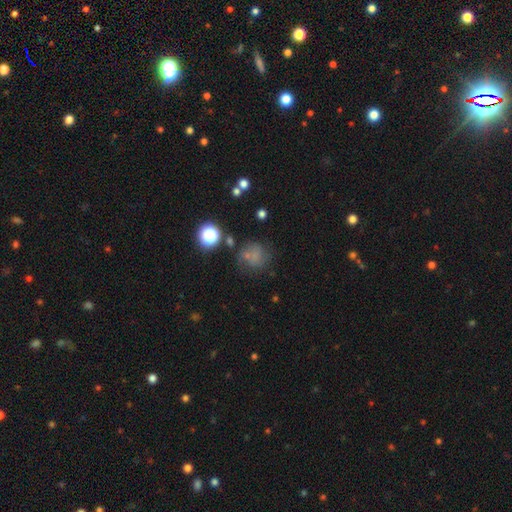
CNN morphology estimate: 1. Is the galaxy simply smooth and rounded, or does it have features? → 61% smooth, 20% star or artifact, 19% featured or disk.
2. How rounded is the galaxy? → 81% round, 18% in between, 1% cigar-shaped.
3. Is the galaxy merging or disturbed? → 58% none, 21% minor disturbance, 14% major disturbance, 8% merger.